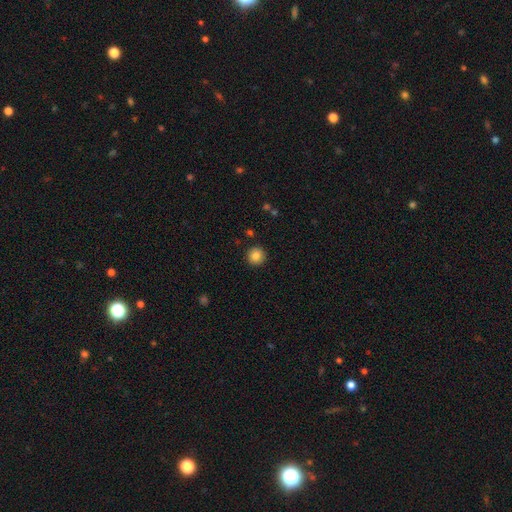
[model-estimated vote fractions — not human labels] smooth_or_featured: smooth (p=0.85) [alt: star or artifact p=0.10]
how_rounded: round (p=0.95) [alt: in between p=0.04]
merging: none (p=0.92) [alt: minor disturbance p=0.05]